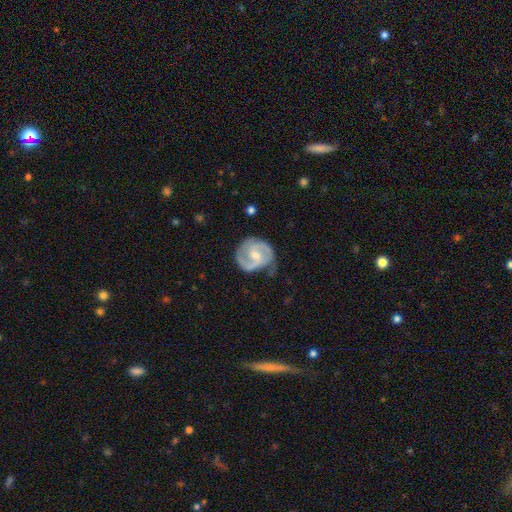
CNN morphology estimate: This appears to be a featured or disk galaxy (87%) with a weak bar (53%), 2 (84%) medium (51%) spiral arms (97%) and a moderate central bulge (50%). Merging: none (63%).